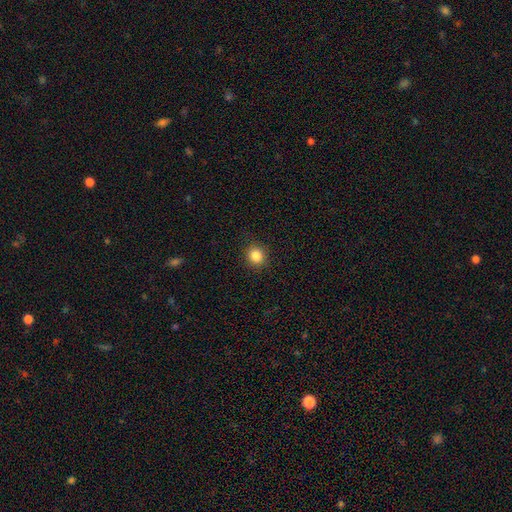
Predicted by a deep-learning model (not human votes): Smooth or featured? Predicted: smooth (p=0.85). How rounded? Predicted: round (p=0.83). Merging? Predicted: none (p=0.90).